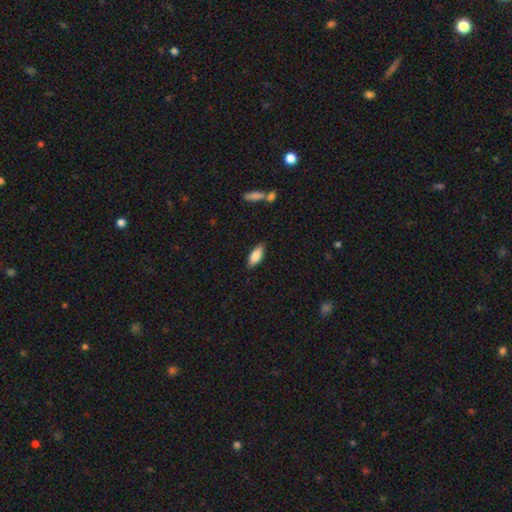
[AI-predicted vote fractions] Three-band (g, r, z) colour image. It shows a smooth galaxy with no disk features (82%) that is in between round and cigar-shaped (73%). Merging: none (85%).